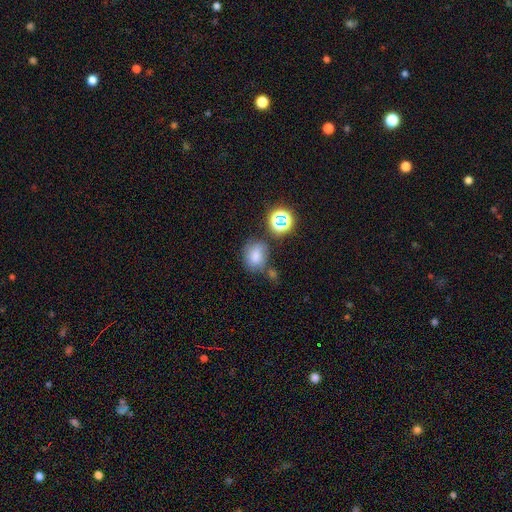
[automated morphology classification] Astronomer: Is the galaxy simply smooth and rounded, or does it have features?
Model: smooth — 60%.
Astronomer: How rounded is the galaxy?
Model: in between — 52% (runner-up: round, 47%).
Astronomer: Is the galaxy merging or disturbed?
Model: none — 62%.